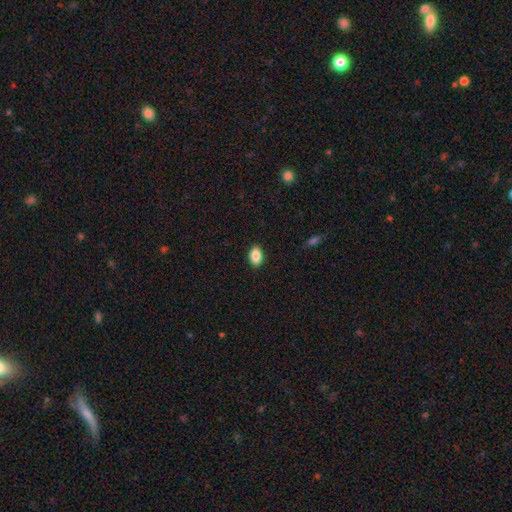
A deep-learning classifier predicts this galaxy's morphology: A smooth galaxy with no disk features (86%) that is in between round and cigar-shaped (89%). Merging: none (90%).